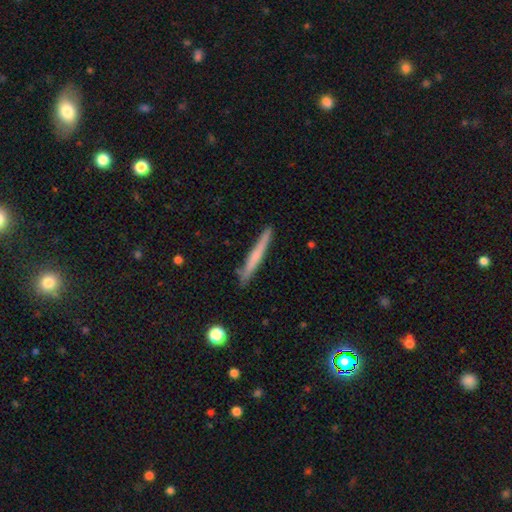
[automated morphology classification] The model was most divided on "smooth or featured": smooth: 54%, featured or disk: 40%, star or artifact: 6%. More confident: how rounded — cigar-shaped (96%); merging — none (87%).